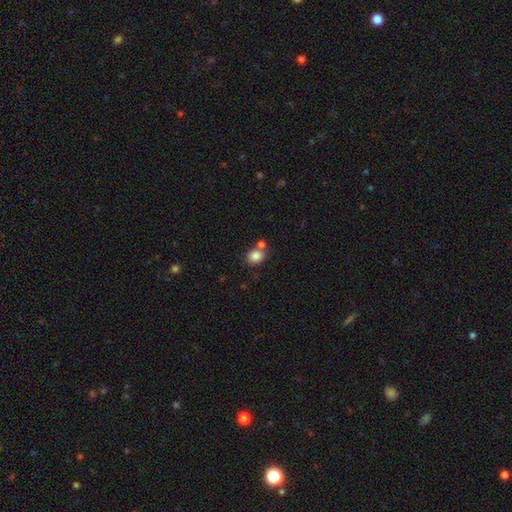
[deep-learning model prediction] A smooth galaxy with no disk features (83%) that is round (58%). Merging: none (59%).